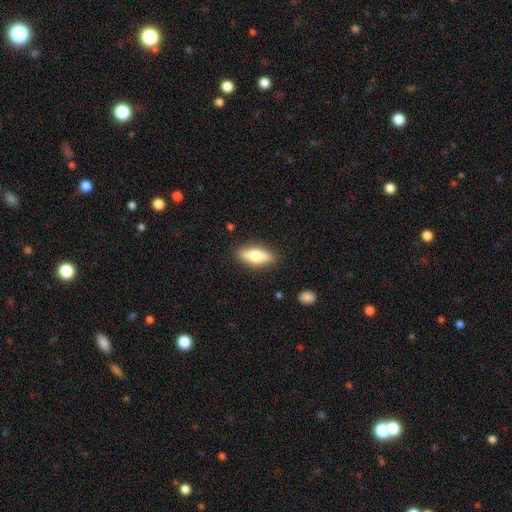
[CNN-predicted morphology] The model was most divided on "how rounded": in between: 61%, cigar-shaped: 37%, round: 3%. More confident: merging — none (87%); smooth or featured — smooth (65%).